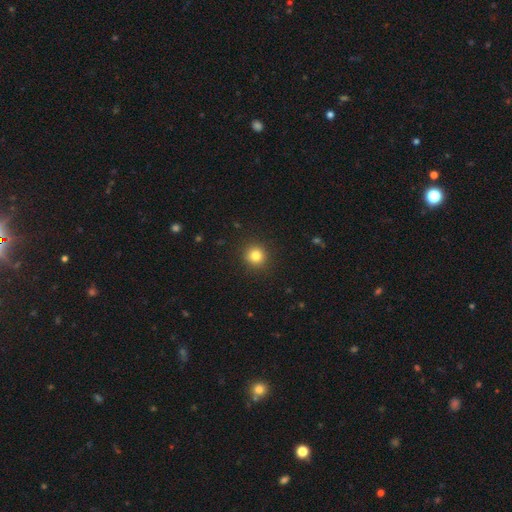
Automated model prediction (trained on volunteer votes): This is clearly a smooth galaxy (81%). How rounded: clearly round (93%). Merging: clearly none (91%).